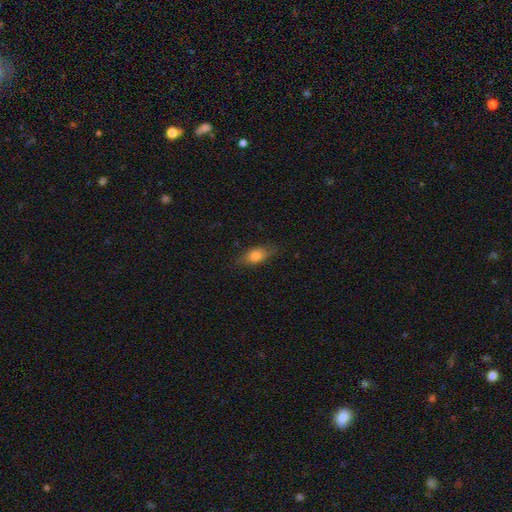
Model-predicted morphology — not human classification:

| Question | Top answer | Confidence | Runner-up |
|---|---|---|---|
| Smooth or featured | smooth | 70% | featured or disk (22%) |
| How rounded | in between | 79% | cigar-shaped (12%) |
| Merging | none | 75% | minor disturbance (20%) |